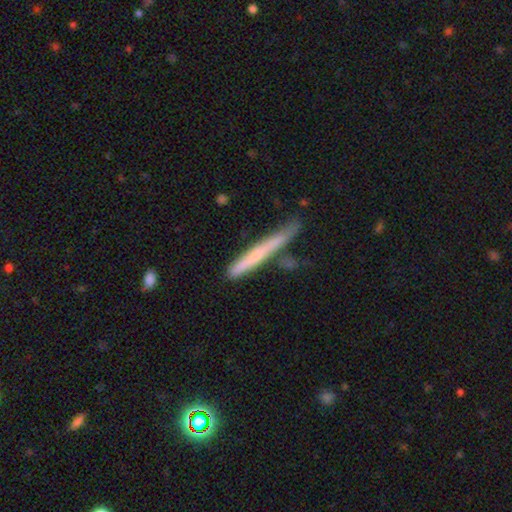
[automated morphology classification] This appears to be a smooth galaxy with no disk features (52%) that is cigar-shaped (96%). Merging: none (65%).